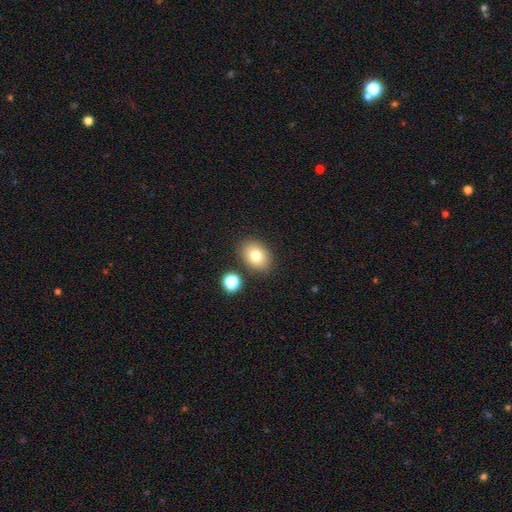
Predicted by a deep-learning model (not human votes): smooth_or_featured: smooth (p=0.77) [alt: featured or disk p=0.12]
how_rounded: in between (p=0.58) [alt: round p=0.41]
merging: none (p=0.84) [alt: minor disturbance p=0.09]